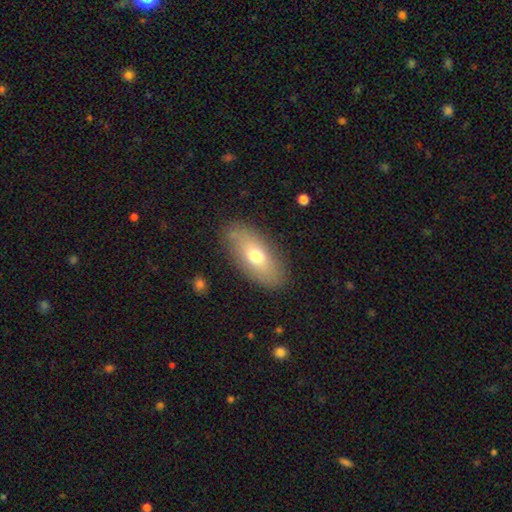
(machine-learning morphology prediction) smooth-or-featured: smooth: 66% | featured or disk: 27% | star or artifact: 7%
  how-rounded: in between: 85% | cigar-shaped: 12% | round: 4%
  merging: none: 84% | minor disturbance: 12% | major disturbance: 3% | merger: 1%